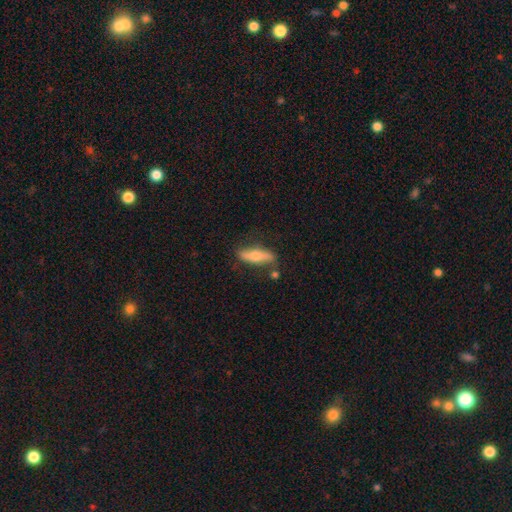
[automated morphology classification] Smooth or featured: smooth — 53% (featured or disk — 41%)
How rounded: cigar-shaped — 64% (in between — 33%)
Merging: none — 75% (minor disturbance — 16%)